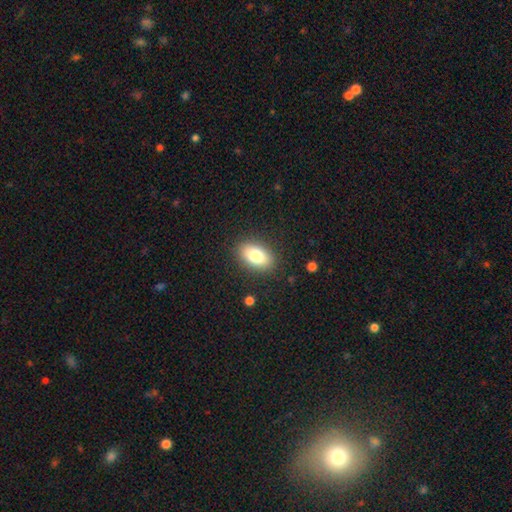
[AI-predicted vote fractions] A smooth galaxy with no disk features (80%) that is in between round and cigar-shaped (90%). Merging: none (87%).